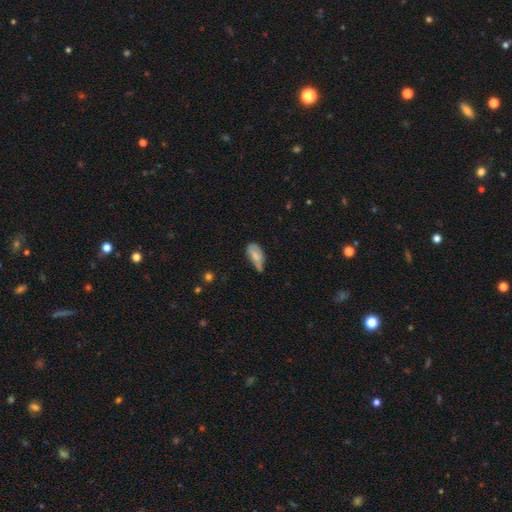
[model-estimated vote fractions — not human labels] Q: Smooth or featured?
A: smooth (66%); runner-up: featured or disk (26%)
Q: How rounded?
A: in between (86%); runner-up: cigar-shaped (11%)
Q: Merging?
A: minor disturbance (47%); runner-up: none (27%)